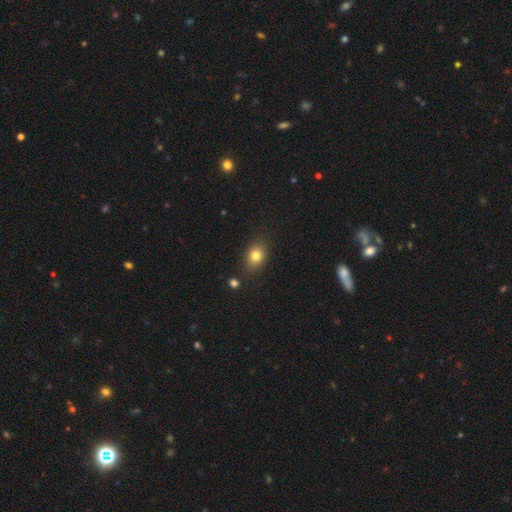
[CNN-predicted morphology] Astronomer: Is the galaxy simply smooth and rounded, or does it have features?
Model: smooth — 80%.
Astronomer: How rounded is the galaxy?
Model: in between — 64%.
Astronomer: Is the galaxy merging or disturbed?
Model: none — 81%.